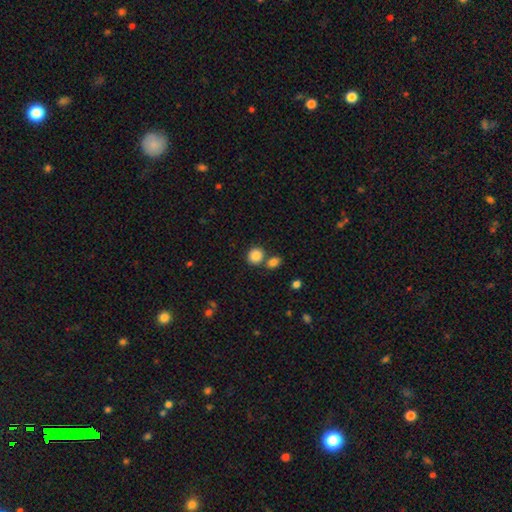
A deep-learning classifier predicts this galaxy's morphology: The model was most divided on "merging": none: 63%, merger: 24%, minor disturbance: 9%, major disturbance: 3%. More confident: smooth or featured — smooth (86%); how rounded — round (79%).